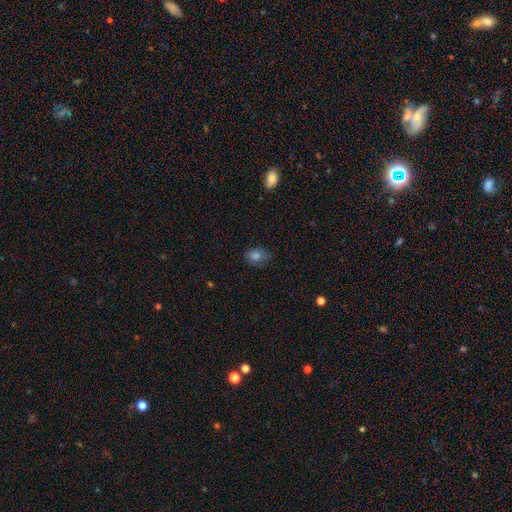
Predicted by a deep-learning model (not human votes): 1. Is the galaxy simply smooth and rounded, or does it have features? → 80% smooth, 11% star or artifact, 9% featured or disk.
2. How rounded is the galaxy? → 64% in between, 34% round, 1% cigar-shaped.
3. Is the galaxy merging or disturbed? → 72% none, 21% minor disturbance, 5% major disturbance, 1% merger.